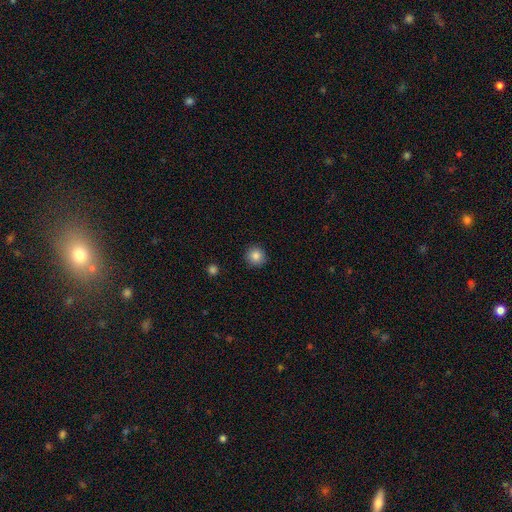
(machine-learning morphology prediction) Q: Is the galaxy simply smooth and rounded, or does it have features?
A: smooth — 85%.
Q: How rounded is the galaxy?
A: round — 94%.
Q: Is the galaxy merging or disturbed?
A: none — 91%.